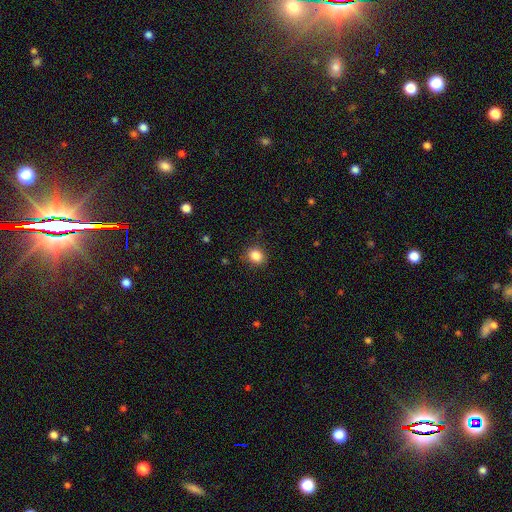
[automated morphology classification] A smooth galaxy with no disk features (85%) that is round (69%).

Vote fractions:
- Smooth or featured? smooth: 85% / star or artifact: 11% / featured or disk: 4%
- How rounded? round: 69% / in between: 30% / cigar-shaped: 1%
- Merging? none: 86% / minor disturbance: 10% / major disturbance: 3% / merger: 1%